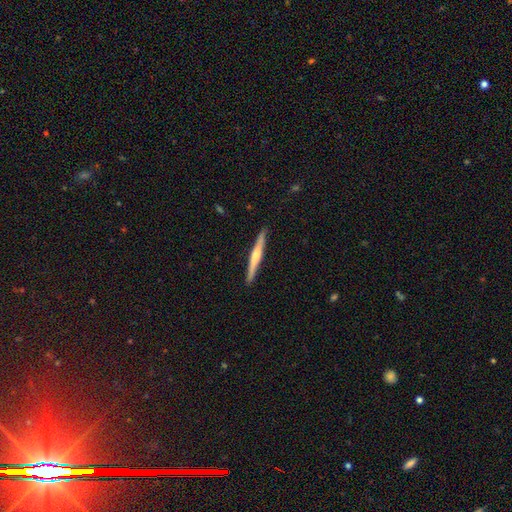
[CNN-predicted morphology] Q: Smooth or featured?
A: featured or disk (58%); runner-up: smooth (37%)
Q: Edge-on disk?
A: yes (97%); runner-up: no (3%)
Q: Edge-on bulge?
A: rounded (62%); runner-up: none (24%)
Q: Merging?
A: none (90%); runner-up: minor disturbance (7%)